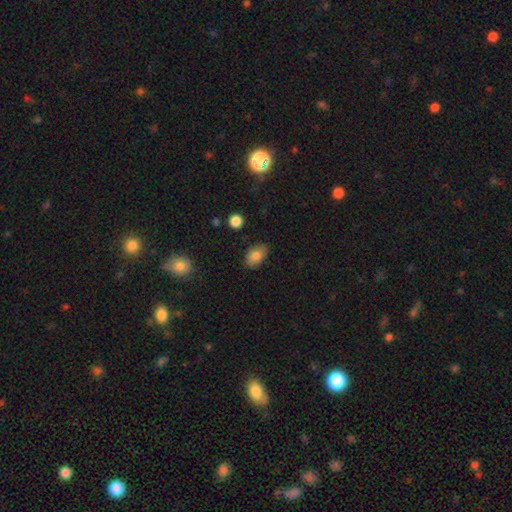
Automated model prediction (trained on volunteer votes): Smooth or featured? Predicted: smooth (p=0.83). How rounded? Predicted: in between (p=0.86). Merging? Predicted: none (p=0.79).